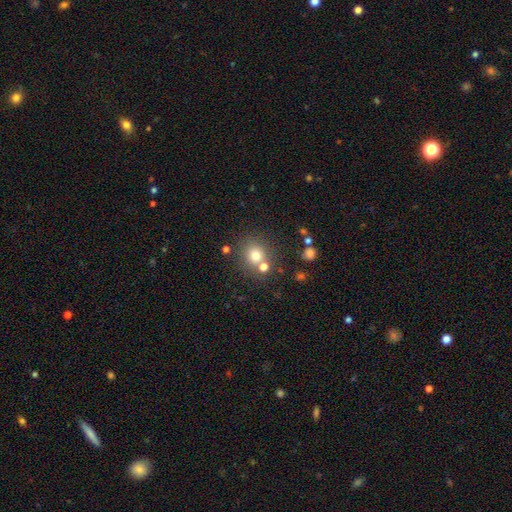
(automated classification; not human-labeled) Morphology: type=smooth (74%); roundness=round (84%); merging=none (66%).